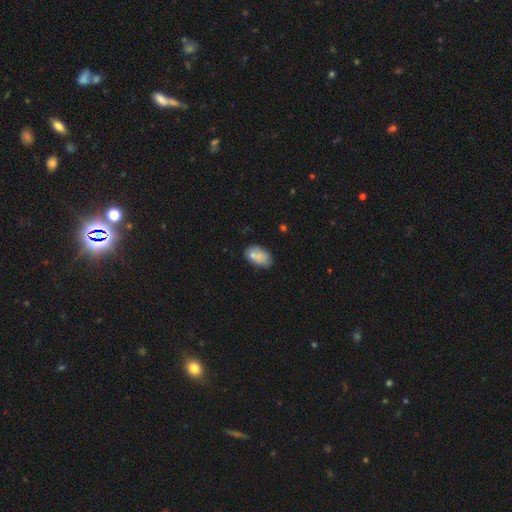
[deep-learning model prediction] A smooth galaxy with no disk features (75%) that is in between round and cigar-shaped (91%). Merging: none (55%).